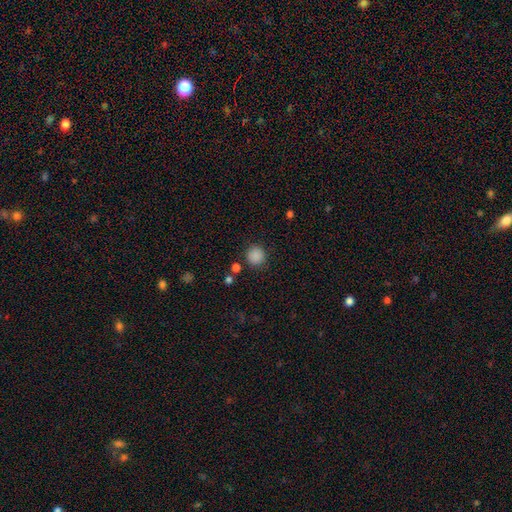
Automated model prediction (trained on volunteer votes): A smooth galaxy with no disk features (86%) that is round (92%). Merging: none (86%).